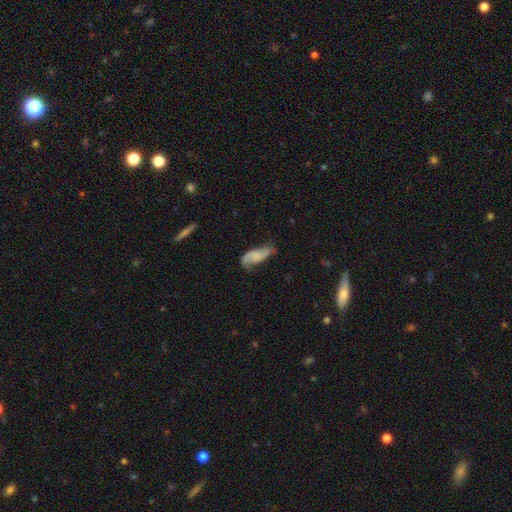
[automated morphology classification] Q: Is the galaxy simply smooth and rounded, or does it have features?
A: featured or disk — 57%.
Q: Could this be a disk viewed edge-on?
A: no — 91%.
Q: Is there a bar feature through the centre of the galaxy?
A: no — 65%.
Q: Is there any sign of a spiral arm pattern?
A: yes — 87%.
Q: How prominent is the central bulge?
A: none — 60%.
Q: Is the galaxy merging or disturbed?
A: none — 52%.